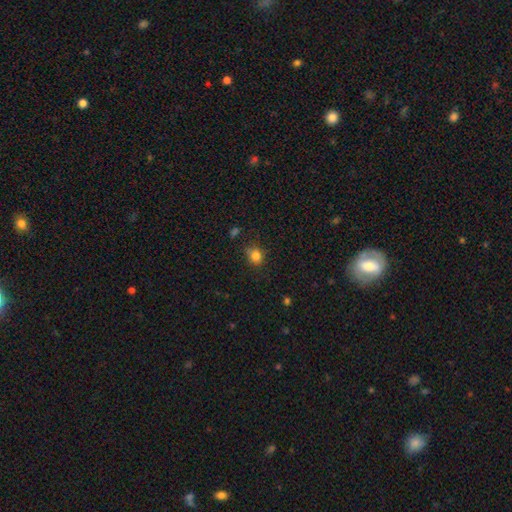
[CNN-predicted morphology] A smooth galaxy with no disk features (82%) that is round (71%).

Vote fractions:
- Smooth or featured? smooth: 82% / star or artifact: 12% / featured or disk: 5%
- How rounded? round: 71% / in between: 28% / cigar-shaped: 1%
- Merging? none: 77% / minor disturbance: 17% / major disturbance: 4% / merger: 2%